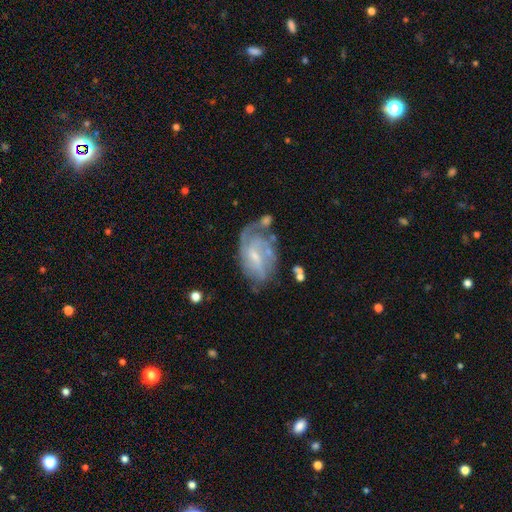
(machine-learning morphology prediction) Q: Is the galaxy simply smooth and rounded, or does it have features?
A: featured or disk — 79%.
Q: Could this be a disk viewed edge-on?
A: no — 96%.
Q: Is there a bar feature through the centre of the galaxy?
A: weak — 50%.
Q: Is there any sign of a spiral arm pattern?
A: yes — 88%.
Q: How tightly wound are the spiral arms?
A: tight — 42%.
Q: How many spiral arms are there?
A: can't tell — 36%.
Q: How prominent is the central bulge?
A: small — 67%.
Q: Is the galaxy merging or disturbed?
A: none — 45%.